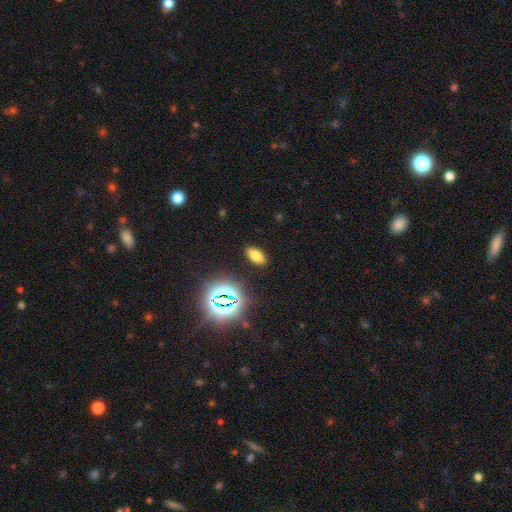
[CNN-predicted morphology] Smooth or featured?
  - smooth: 67% *
  - star or artifact: 23%
  - featured or disk: 10%
How rounded?
  - in between: 88% *
  - cigar-shaped: 6%
  - round: 6%
Merging?
  - none: 89% *
  - minor disturbance: 7%
  - major disturbance: 2%
  - merger: 1%